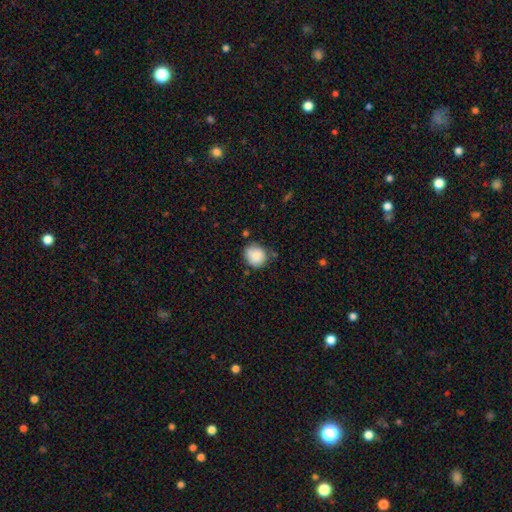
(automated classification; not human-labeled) Smooth or featured? smooth (85%)
How rounded? round (81%)
Merging? none (69%)